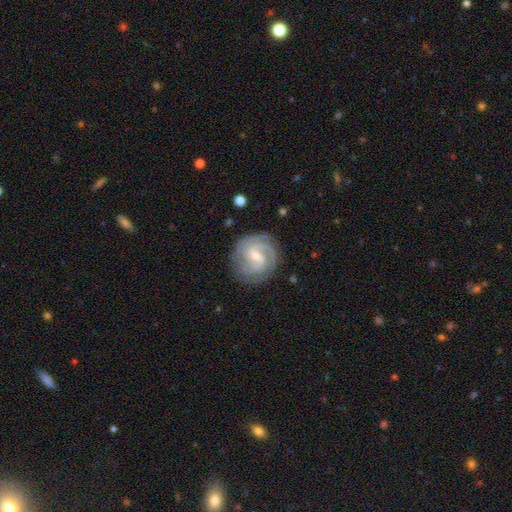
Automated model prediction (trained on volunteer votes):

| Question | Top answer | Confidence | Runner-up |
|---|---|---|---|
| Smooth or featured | featured or disk | 88% | smooth (8%) |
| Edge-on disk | no | 98% | yes (2%) |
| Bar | weak | 58% | no (23%) |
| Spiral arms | yes | 97% | no (3%) |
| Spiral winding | tight | 53% | medium (39%) |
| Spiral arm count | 2 | 41% | 3 (29%) |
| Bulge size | small | 62% | moderate (33%) |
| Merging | none | 80% | minor disturbance (14%) |